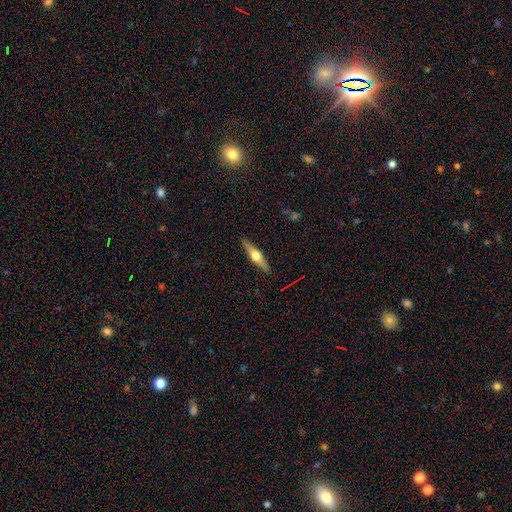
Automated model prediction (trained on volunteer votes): A featured or disk galaxy (64%) viewed edge-on (96%) with a rounded central bulge (94%). Merging: none (89%).